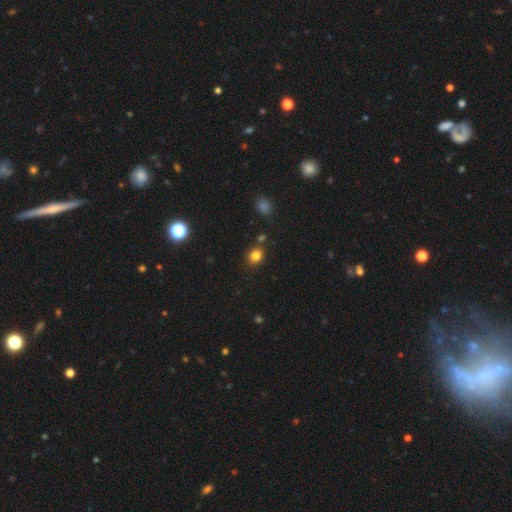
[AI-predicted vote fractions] Smooth or featured? Predicted: smooth (p=0.82). How rounded? Predicted: round (p=0.73). Merging? Predicted: none (p=0.83).